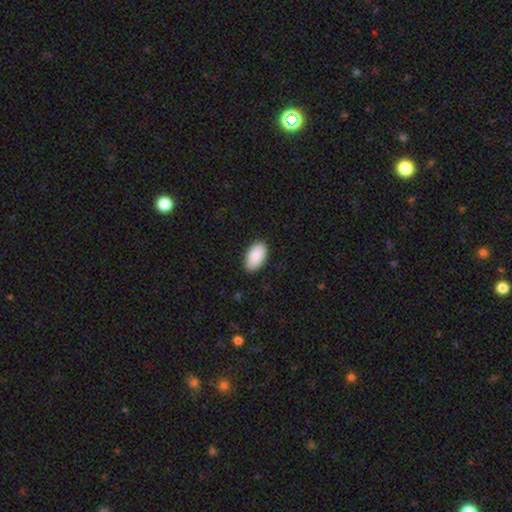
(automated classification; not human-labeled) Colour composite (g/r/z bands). It shows a smooth galaxy with no disk features (90%) that is in between round and cigar-shaped (96%). Merging: none (87%).